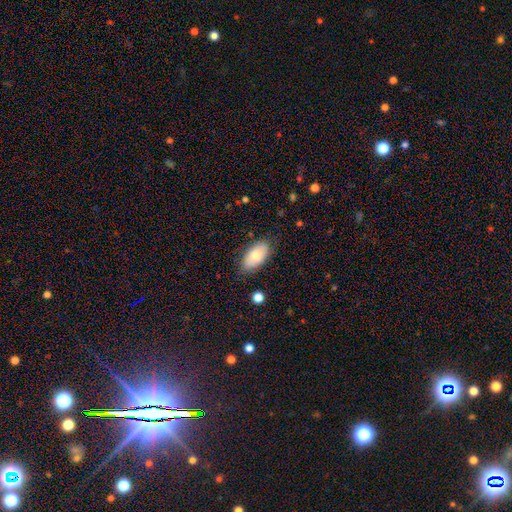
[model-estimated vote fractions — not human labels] Smooth or featured?
  - smooth: 73% *
  - featured or disk: 21%
  - star or artifact: 7%
How rounded?
  - in between: 94% *
  - round: 4%
  - cigar-shaped: 3%
Merging?
  - none: 80% *
  - minor disturbance: 15%
  - major disturbance: 3%
  - merger: 2%